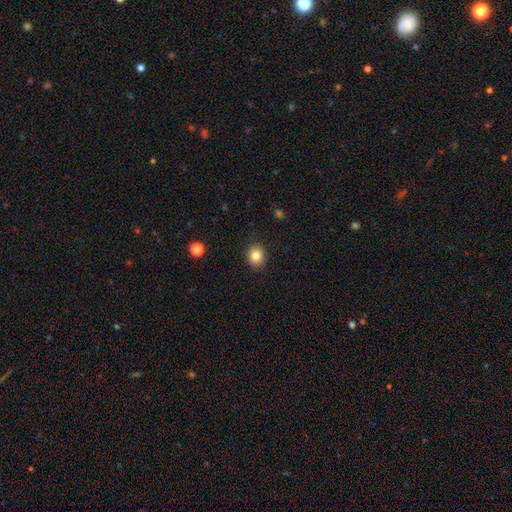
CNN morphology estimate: A smooth galaxy with no disk features (84%) that is round (71%). Merging: none (90%).